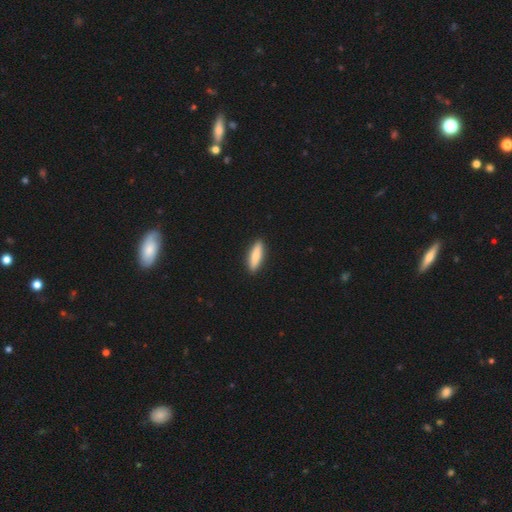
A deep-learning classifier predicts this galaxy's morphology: A smooth galaxy with no disk features (80%) that is cigar-shaped (64%). Merging: none (92%).